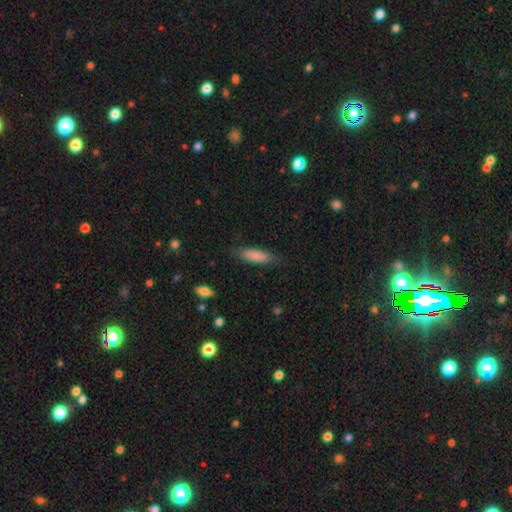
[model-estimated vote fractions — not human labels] Smooth or featured: smooth — 83% (featured or disk — 11%)
How rounded: in between — 53% (cigar-shaped — 45%)
Merging: none — 77% (minor disturbance — 17%)